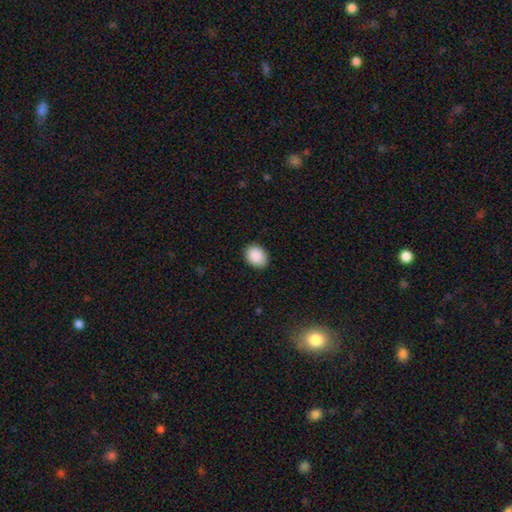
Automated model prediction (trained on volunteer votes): Smooth or featured?
  - smooth: 90% *
  - star or artifact: 7%
  - featured or disk: 3%
How rounded?
  - in between: 60% *
  - round: 39%
  - cigar-shaped: 1%
Merging?
  - none: 87% *
  - minor disturbance: 10%
  - major disturbance: 2%
  - merger: 1%